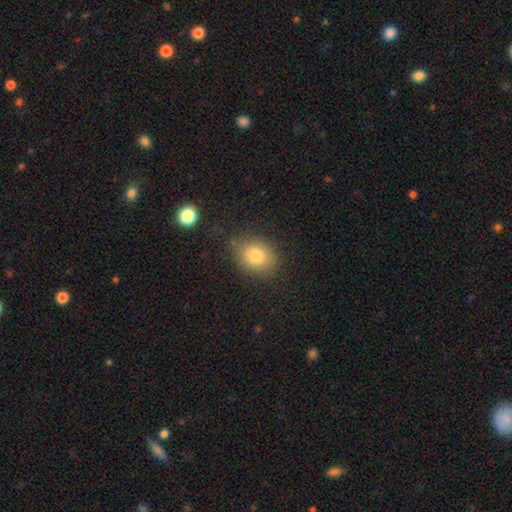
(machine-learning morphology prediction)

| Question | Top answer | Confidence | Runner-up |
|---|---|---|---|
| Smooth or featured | smooth | 81% | star or artifact (10%) |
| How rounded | in between | 50% | round (49%) |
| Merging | none | 77% | minor disturbance (16%) |